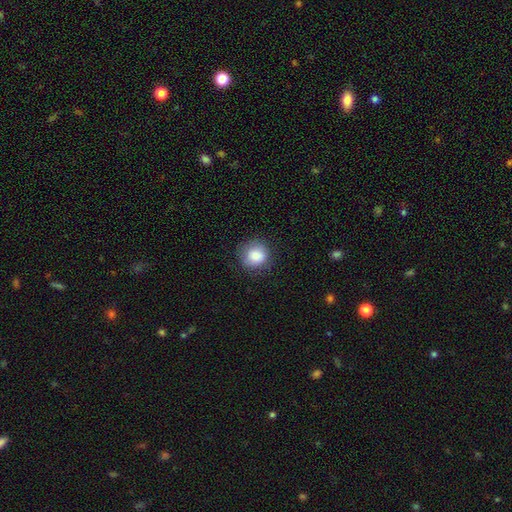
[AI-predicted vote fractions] Q: Smooth or featured?
A: smooth (83%); runner-up: featured or disk (9%)
Q: How rounded?
A: round (87%); runner-up: in between (12%)
Q: Merging?
A: none (80%); runner-up: minor disturbance (15%)